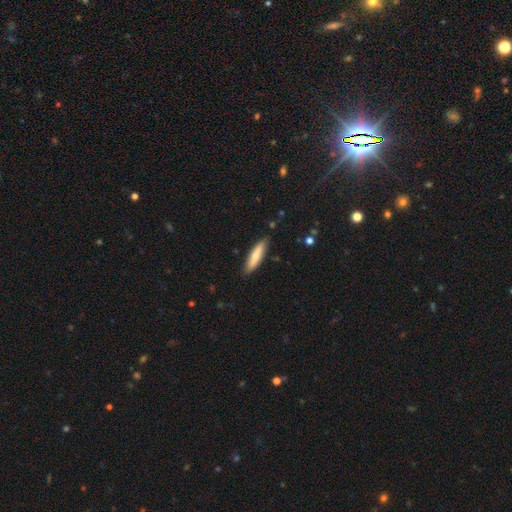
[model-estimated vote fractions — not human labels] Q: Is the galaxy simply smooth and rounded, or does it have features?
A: smooth — 71%.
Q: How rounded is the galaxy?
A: cigar-shaped — 77%.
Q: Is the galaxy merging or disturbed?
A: none — 86%.